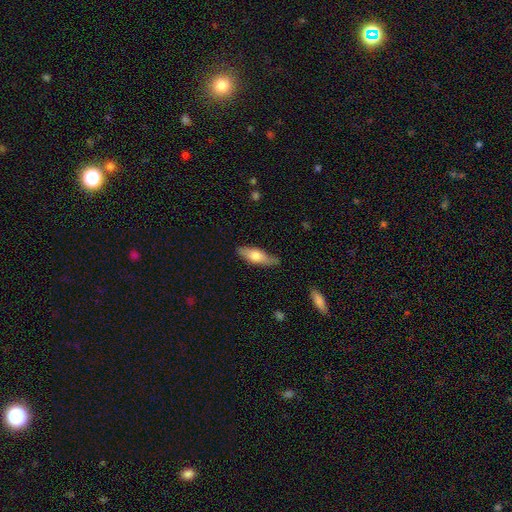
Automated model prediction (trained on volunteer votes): smooth 61%, featured or disk 33%, star or artifact 6%. Down the decision tree: how rounded — in between (53%); merging — none (83%).